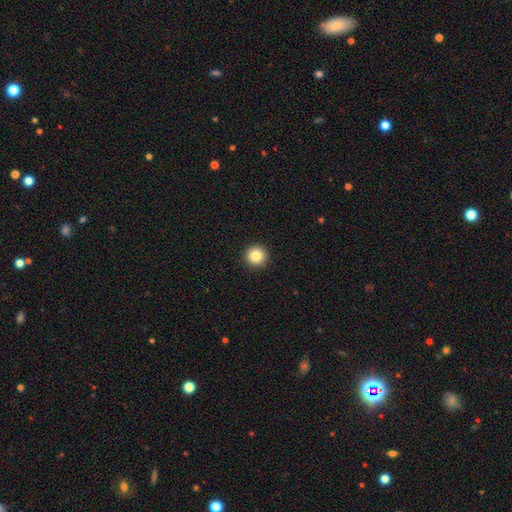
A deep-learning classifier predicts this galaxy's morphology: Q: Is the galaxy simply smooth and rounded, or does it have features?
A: smooth — 85%.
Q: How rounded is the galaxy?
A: round — 96%.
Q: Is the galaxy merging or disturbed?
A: none — 93%.